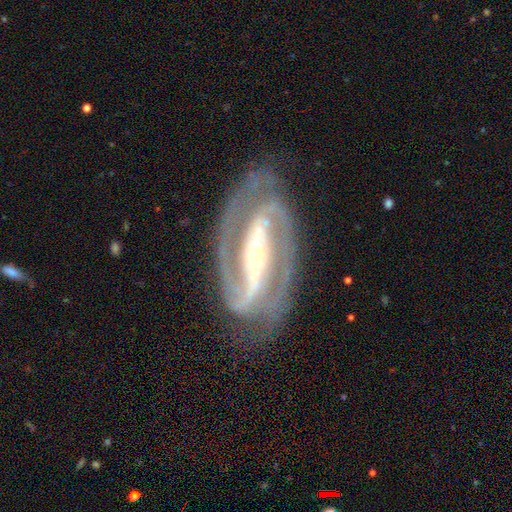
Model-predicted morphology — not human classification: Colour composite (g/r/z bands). It shows a featured or disk galaxy (92%) with a strong bar (77%), 2 (92%) medium (46%) spiral arms (98%) and a small central bulge (71%). Merging: none (81%).